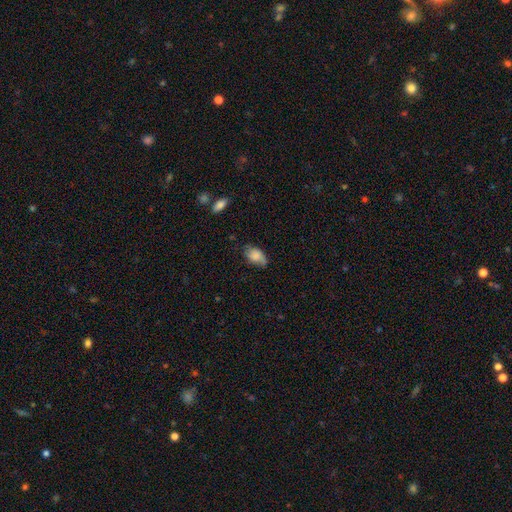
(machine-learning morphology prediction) A smooth galaxy with no disk features (79%) that is in between round and cigar-shaped (89%).

Vote fractions:
- Smooth or featured? smooth: 79% / featured or disk: 13% / star or artifact: 8%
- How rounded? in between: 89% / round: 8% / cigar-shaped: 2%
- Merging? none: 58% / minor disturbance: 32% / major disturbance: 8% / merger: 2%